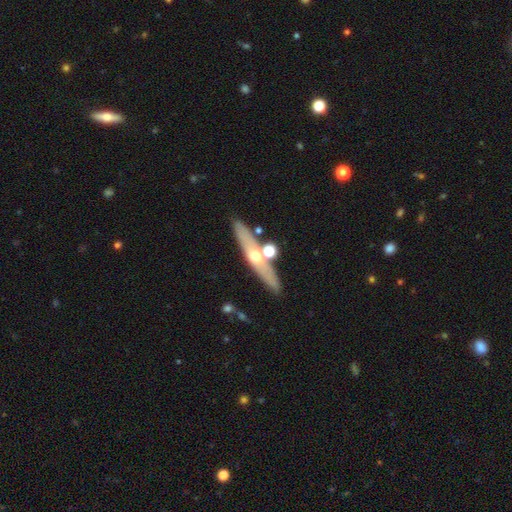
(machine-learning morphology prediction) A featured or disk galaxy (54%) viewed edge-on (81%).

Vote fractions:
- Smooth or featured? featured or disk: 54% / smooth: 38% / star or artifact: 8%
- Edge-on disk? yes: 81% / no: 19%
- Merging? none: 77% / merger: 10% / minor disturbance: 10% / major disturbance: 3%